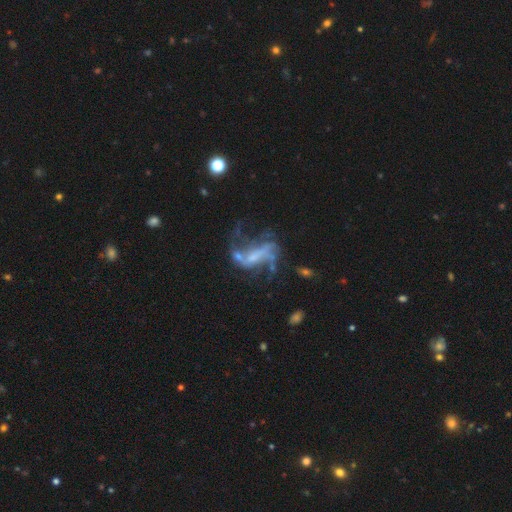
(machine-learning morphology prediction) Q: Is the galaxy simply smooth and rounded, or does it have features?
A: featured or disk — 74%.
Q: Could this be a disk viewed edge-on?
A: no — 95%.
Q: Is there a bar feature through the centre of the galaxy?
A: no — 43%.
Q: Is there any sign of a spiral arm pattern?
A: yes — 70%.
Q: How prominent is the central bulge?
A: small — 38%.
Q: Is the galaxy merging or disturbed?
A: major disturbance — 39%.